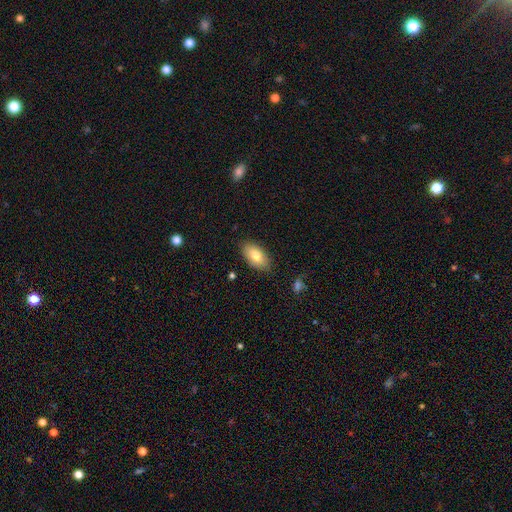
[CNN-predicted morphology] Overall: smooth (80%). How rounded: in between (93%). Merging: none (85%).